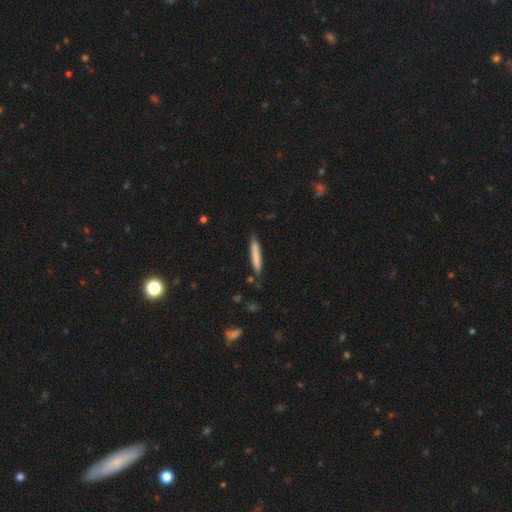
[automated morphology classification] This appears to be a smooth galaxy with no disk features (77%) that is cigar-shaped (94%). Merging: none (83%).